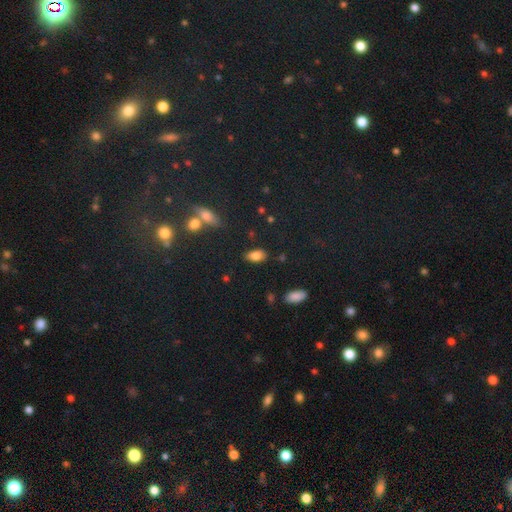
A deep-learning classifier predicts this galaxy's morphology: Smooth or featured? Predicted: smooth (p=0.82). How rounded? Predicted: in between (p=0.91). Merging? Predicted: none (p=0.81).